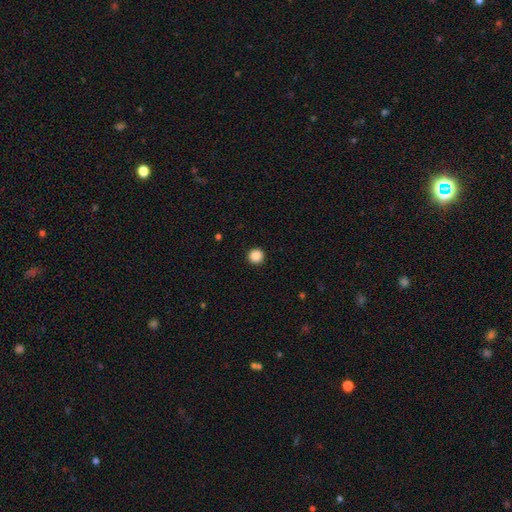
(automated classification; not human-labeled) A smooth galaxy with no disk features (88%) that is round (95%). Merging: none (93%).